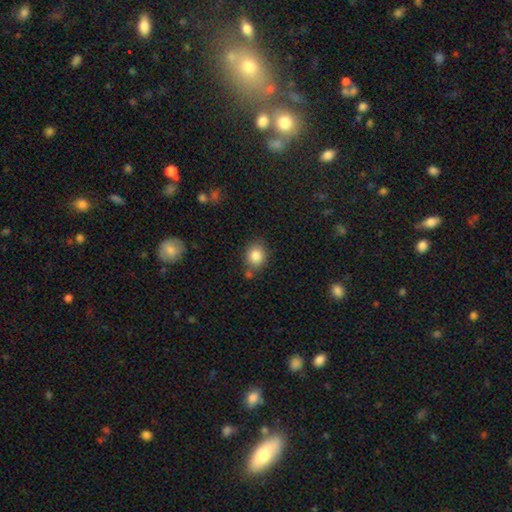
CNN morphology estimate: Smooth or featured: smooth — 84% (star or artifact — 9%)
How rounded: round — 64% (in between — 35%)
Merging: none — 74% (minor disturbance — 14%)